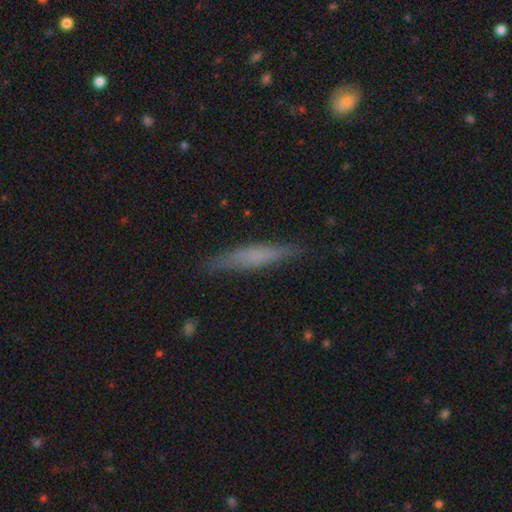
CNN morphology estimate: Smooth or featured?
  - smooth: 54% *
  - featured or disk: 38%
  - star or artifact: 8%
How rounded?
  - cigar-shaped: 91% *
  - in between: 7%
  - round: 2%
Merging?
  - none: 86% *
  - minor disturbance: 11%
  - major disturbance: 2%
  - merger: 1%